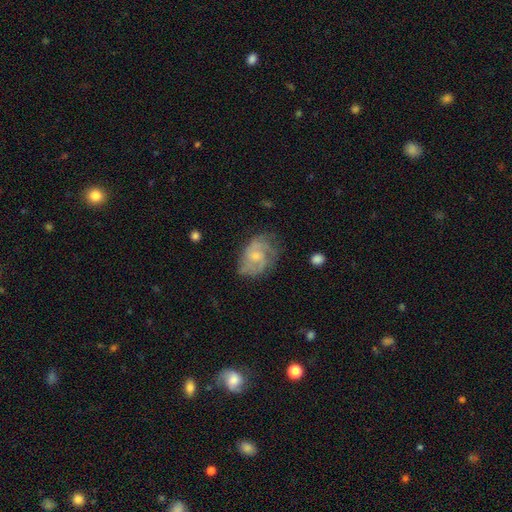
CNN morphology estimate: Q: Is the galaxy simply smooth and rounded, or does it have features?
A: featured or disk — 73%.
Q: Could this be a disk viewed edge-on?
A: no — 97%.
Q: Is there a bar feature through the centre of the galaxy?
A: no — 66%.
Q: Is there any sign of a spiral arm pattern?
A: yes — 90%.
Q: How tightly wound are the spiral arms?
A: medium — 47%.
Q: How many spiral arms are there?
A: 2 — 38%.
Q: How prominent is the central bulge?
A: small — 57%.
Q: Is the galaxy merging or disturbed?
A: none — 60%.